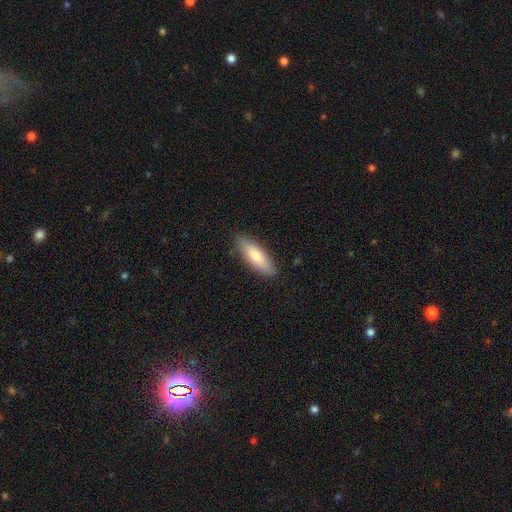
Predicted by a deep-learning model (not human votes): Smooth or featured? Predicted: smooth (p=0.77). How rounded? Predicted: in between (p=0.51). Merging? Predicted: none (p=0.86).